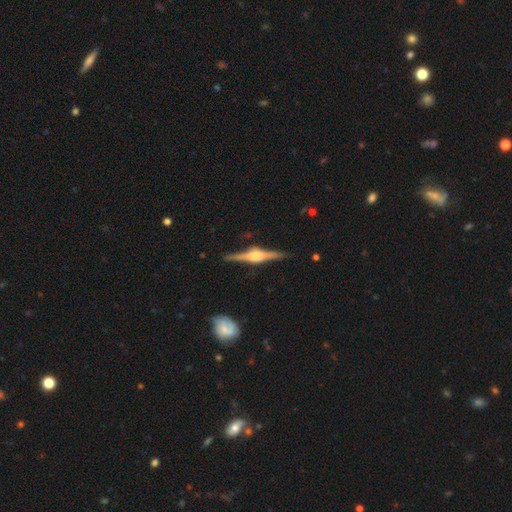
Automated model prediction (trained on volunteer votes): This appears to be a featured or disk galaxy (86%) viewed edge-on (98%) with a rounded central bulge (84%). Merging: none (89%).